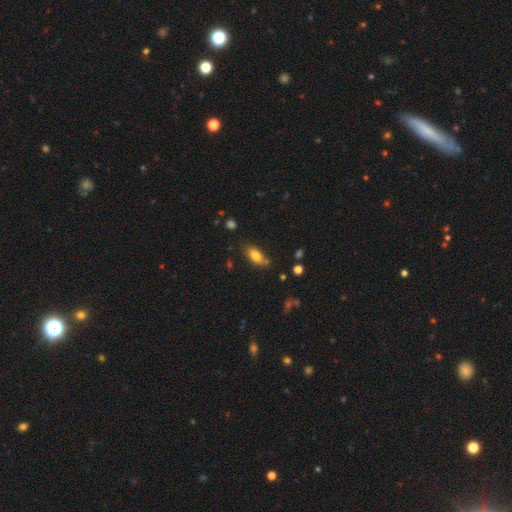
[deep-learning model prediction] Smooth or featured? smooth (80%)
How rounded? in between (85%)
Merging? none (72%)